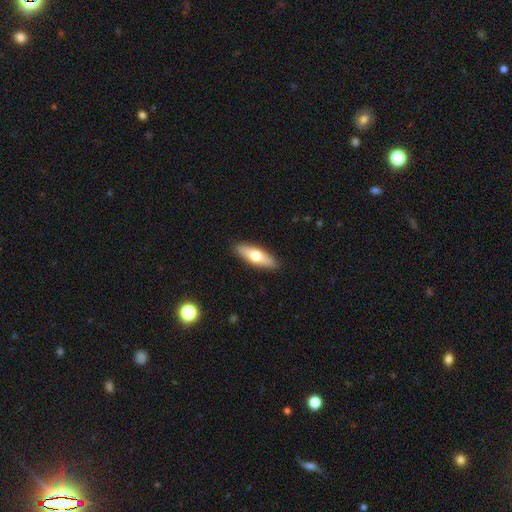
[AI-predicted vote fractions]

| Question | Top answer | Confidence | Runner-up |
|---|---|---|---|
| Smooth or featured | smooth | 62% | featured or disk (32%) |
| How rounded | cigar-shaped | 49% | in between (48%) |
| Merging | none | 90% | minor disturbance (7%) |